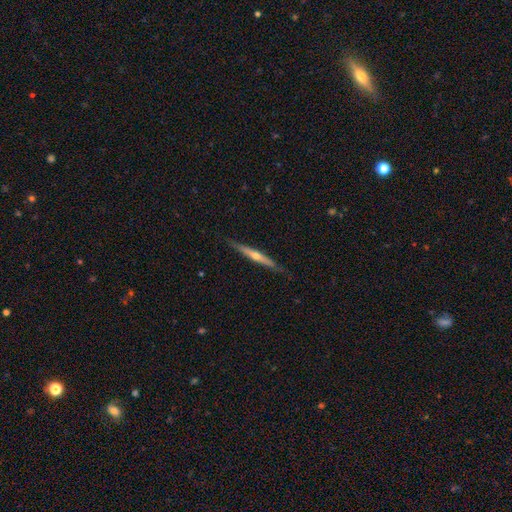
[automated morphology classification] smooth_or_featured: featured or disk (p=0.66) [alt: smooth p=0.28]
disk_edge_on: yes (p=0.96) [alt: no p=0.04]
edge_on_bulge: rounded (p=0.80) [alt: none p=0.17]
merging: none (p=0.86) [alt: minor disturbance p=0.11]